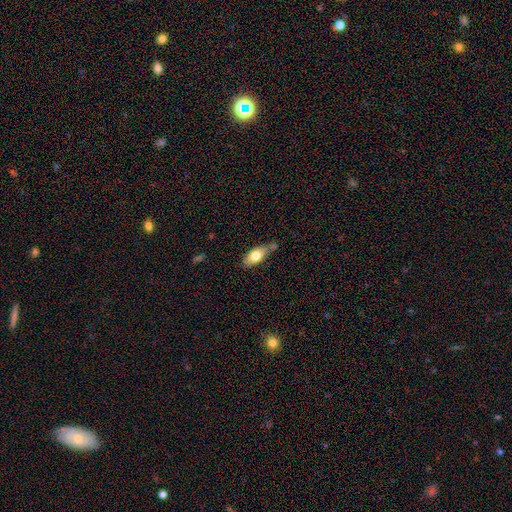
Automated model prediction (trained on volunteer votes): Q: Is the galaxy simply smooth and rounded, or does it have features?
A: smooth — 73%.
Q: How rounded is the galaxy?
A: in between — 84%.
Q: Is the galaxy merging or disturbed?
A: none — 57%.